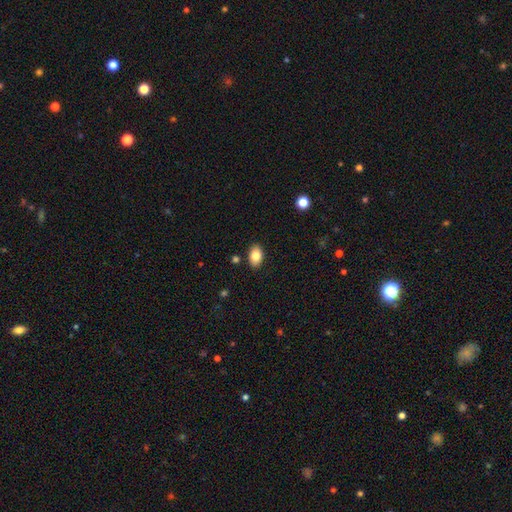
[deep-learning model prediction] Overall: smooth (82%). How rounded: in between (90%). Merging: none (87%).